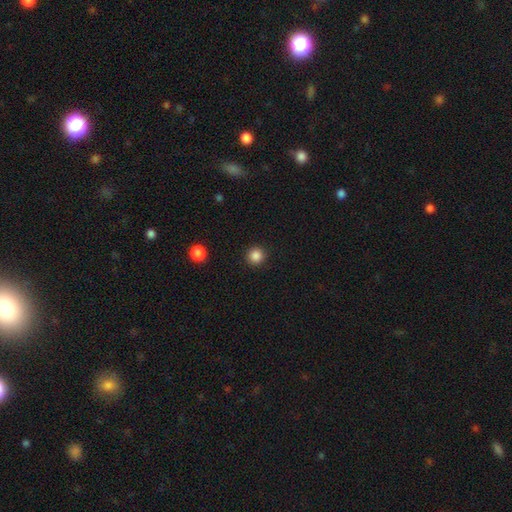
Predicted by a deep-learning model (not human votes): A smooth galaxy with no disk features (86%) that is round (95%).

Vote fractions:
- Smooth or featured? smooth: 86% / star or artifact: 11% / featured or disk: 3%
- How rounded? round: 95% / in between: 4% / cigar-shaped: 1%
- Merging? none: 92% / minor disturbance: 5% / major disturbance: 2% / merger: 1%